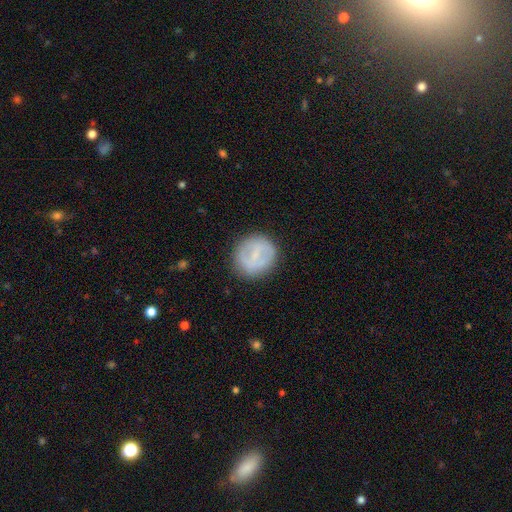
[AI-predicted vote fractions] This is possibly a smooth galaxy (50%). How rounded: clearly round (85%). Merging: clearly none (84%).